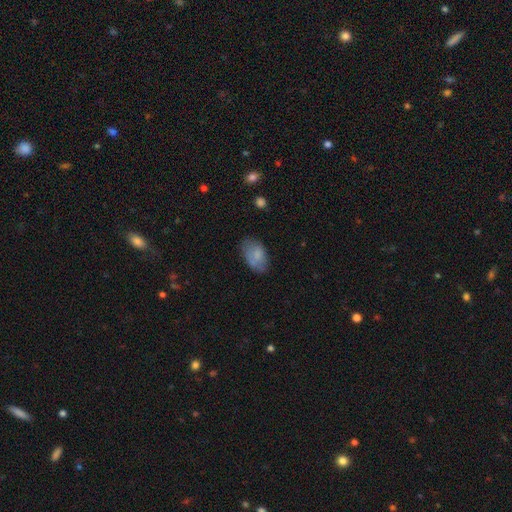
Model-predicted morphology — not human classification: smooth 76%, featured or disk 17%, star or artifact 8%. Down the decision tree: how rounded — in between (92%); merging — none (64%).